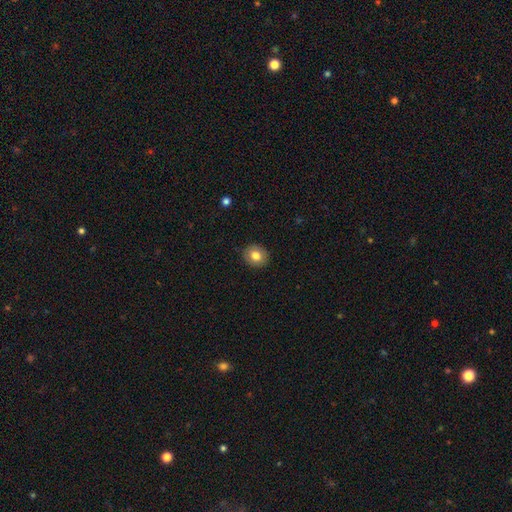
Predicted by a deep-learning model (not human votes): Smooth or featured: smooth — 80% (featured or disk — 11%)
How rounded: round — 73% (in between — 26%)
Merging: none — 90% (minor disturbance — 7%)